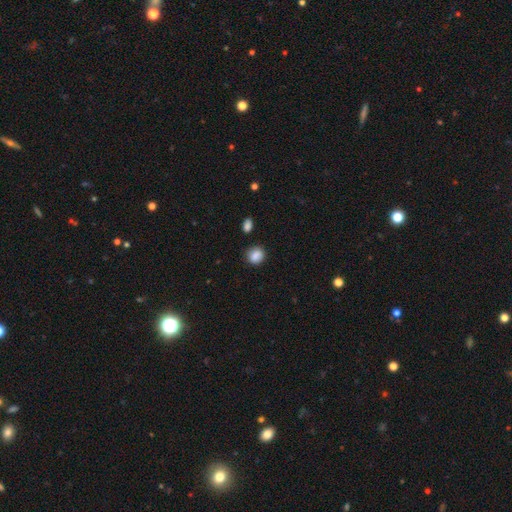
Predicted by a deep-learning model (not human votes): This is clearly a smooth galaxy (86%). How rounded: likely round (69%). Merging: likely none (79%).